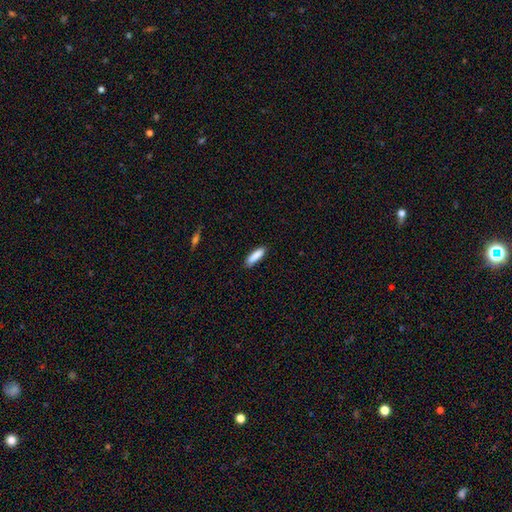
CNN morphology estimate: Overall: smooth (87%). How rounded: cigar-shaped (64%; in between 34%). Merging: none (83%).